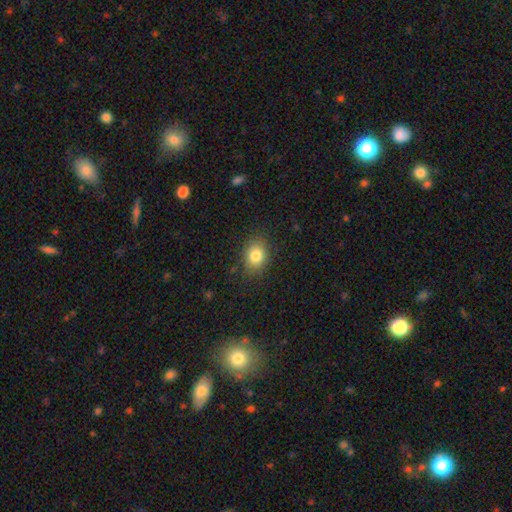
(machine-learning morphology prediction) Overall: smooth (82%). How rounded: in between (63%; round 36%). Merging: none (83%).